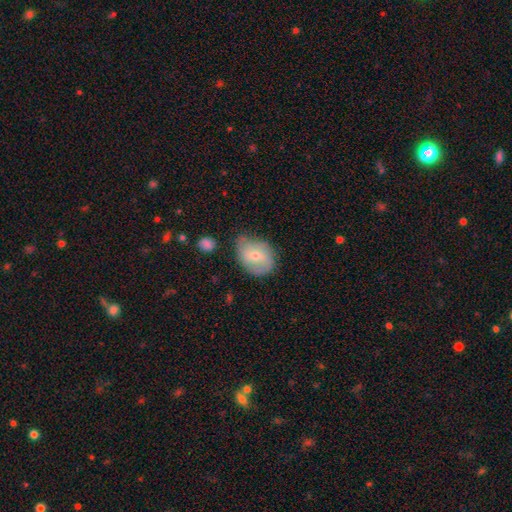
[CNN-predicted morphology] The model was most divided on "smooth or featured": smooth: 54%, featured or disk: 39%, star or artifact: 7%. More confident: how rounded — in between (60%); merging — none (58%).